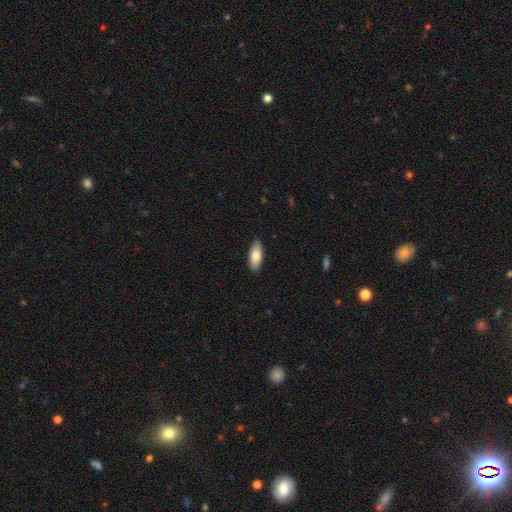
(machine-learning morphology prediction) Q: Smooth or featured?
A: smooth (79%); runner-up: featured or disk (16%)
Q: How rounded?
A: in between (75%); runner-up: cigar-shaped (23%)
Q: Merging?
A: none (89%); runner-up: minor disturbance (8%)